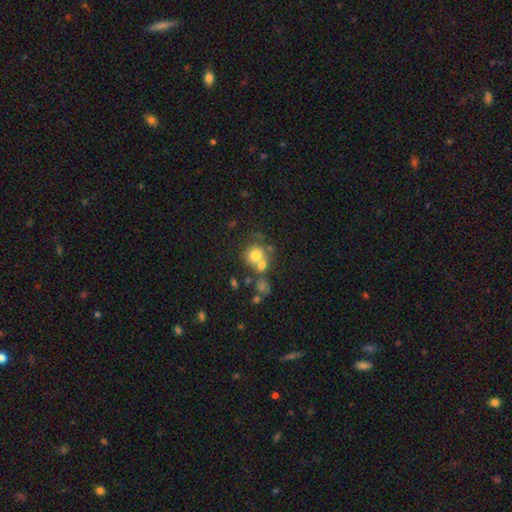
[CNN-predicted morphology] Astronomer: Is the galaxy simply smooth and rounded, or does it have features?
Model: smooth — 70%.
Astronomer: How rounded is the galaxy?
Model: round — 84%.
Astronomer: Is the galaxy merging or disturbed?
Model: none — 43%, tied with merger at 43%.